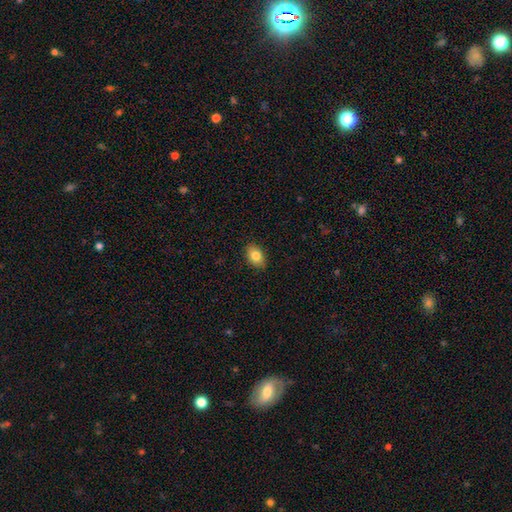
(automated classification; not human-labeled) smooth 81%, featured or disk 11%, star or artifact 8%. Down the decision tree: how rounded — in between (83%); merging — none (88%).